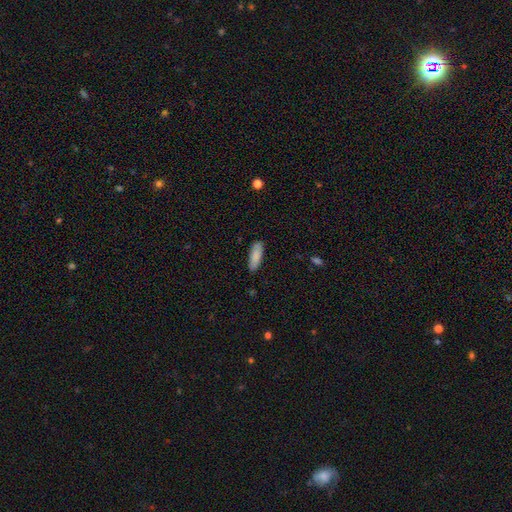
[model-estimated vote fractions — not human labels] Smooth or featured? smooth (86%)
How rounded? in between (59%)
Merging? none (84%)